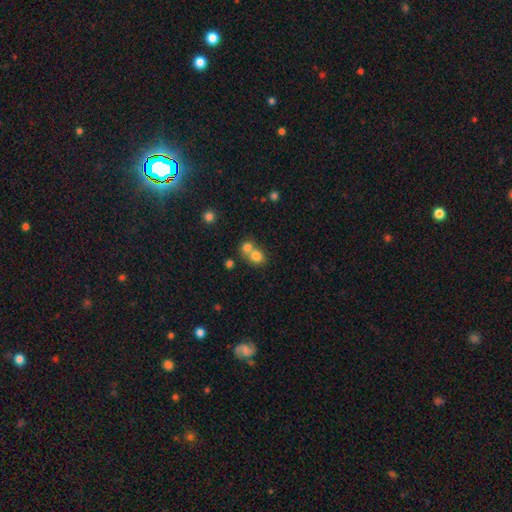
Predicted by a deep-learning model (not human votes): A smooth galaxy with no disk features (77%) that is round (76%).

Vote fractions:
- Smooth or featured? smooth: 77% / star or artifact: 12% / featured or disk: 11%
- How rounded? round: 76% / in between: 23% / cigar-shaped: 1%
- Merging? merger: 54% / none: 37% / minor disturbance: 6% / major disturbance: 3%